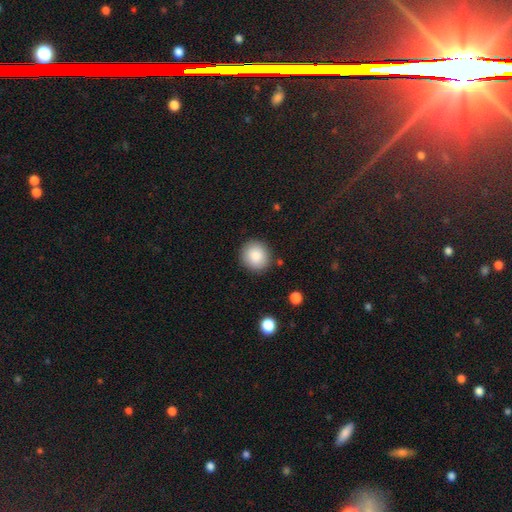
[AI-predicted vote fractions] A smooth galaxy with no disk features (87%) that is round (89%).

Vote fractions:
- Smooth or featured? smooth: 87% / star or artifact: 8% / featured or disk: 5%
- How rounded? round: 89% / in between: 10% / cigar-shaped: 1%
- Merging? none: 89% / minor disturbance: 7% / major disturbance: 2% / merger: 2%